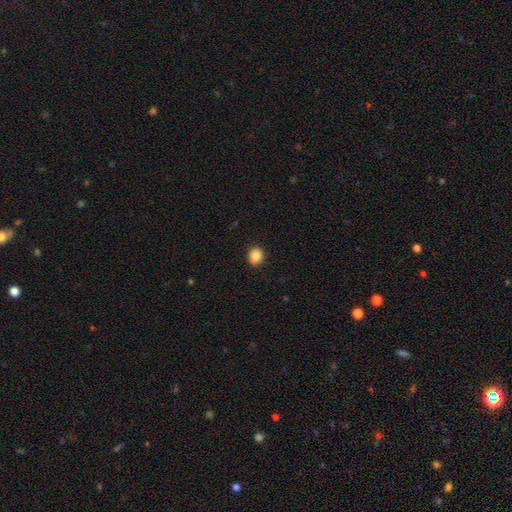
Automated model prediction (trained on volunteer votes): Smooth or featured? smooth (87%)
How rounded? round (82%)
Merging? none (85%)